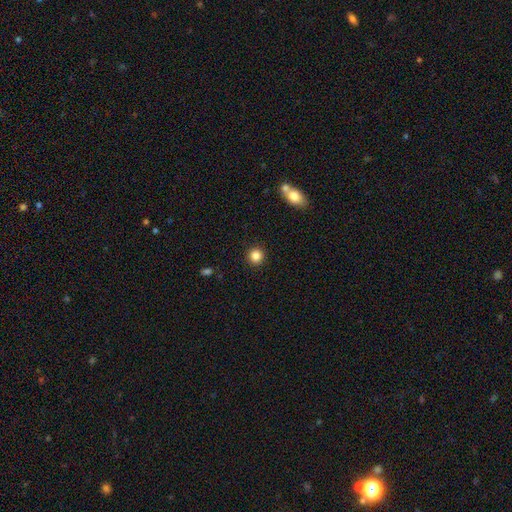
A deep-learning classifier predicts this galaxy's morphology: A smooth galaxy with no disk features (85%) that is round (93%). Merging: none (92%).